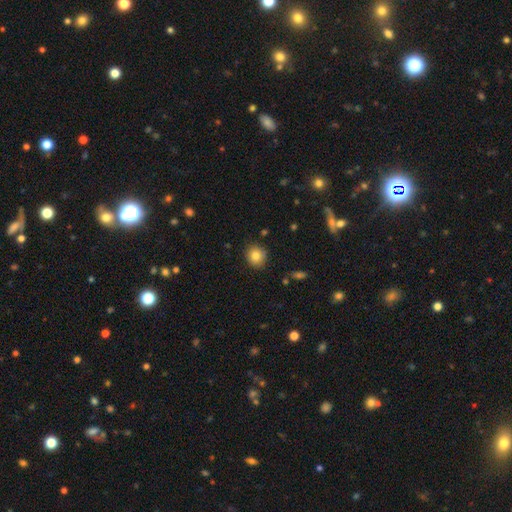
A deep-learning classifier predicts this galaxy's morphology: Smooth or featured? Predicted: smooth (p=0.82). How rounded? Predicted: round (p=0.87). Merging? Predicted: none (p=0.89).